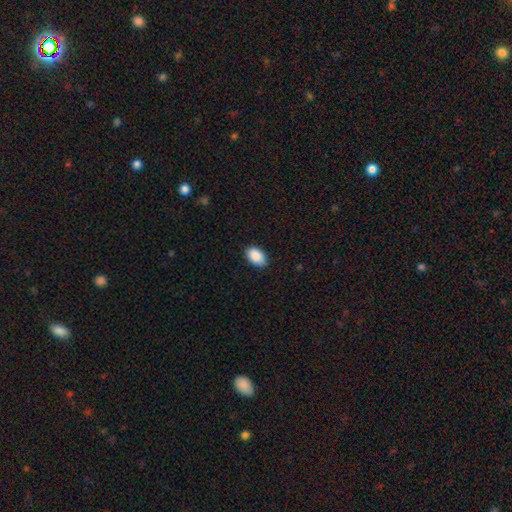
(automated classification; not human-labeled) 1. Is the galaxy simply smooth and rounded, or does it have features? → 89% smooth, 7% star or artifact, 4% featured or disk.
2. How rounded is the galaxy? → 92% in between, 6% round, 1% cigar-shaped.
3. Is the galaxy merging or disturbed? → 82% none, 15% minor disturbance, 2% major disturbance, 1% merger.